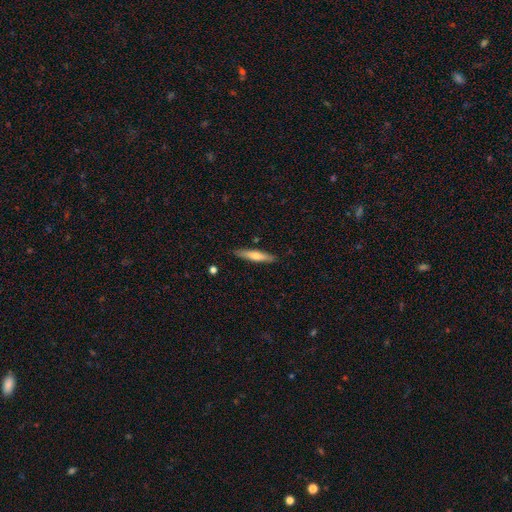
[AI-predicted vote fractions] Smooth or featured? Predicted: smooth (p=0.55). How rounded? Predicted: cigar-shaped (p=0.87). Merging? Predicted: none (p=0.88).